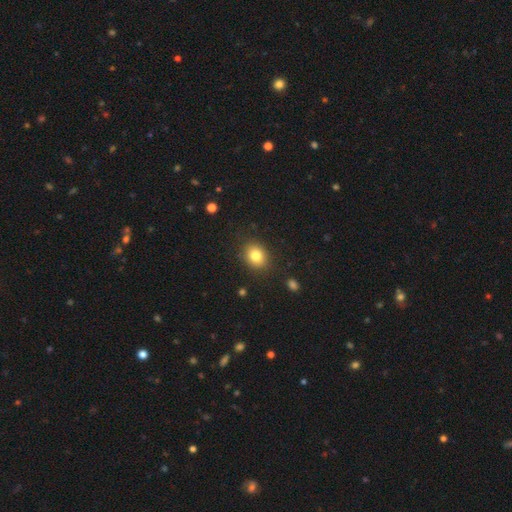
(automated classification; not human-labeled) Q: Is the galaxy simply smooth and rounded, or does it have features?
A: smooth — 82%.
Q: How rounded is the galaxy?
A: round — 56%.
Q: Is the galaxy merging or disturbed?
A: none — 87%.